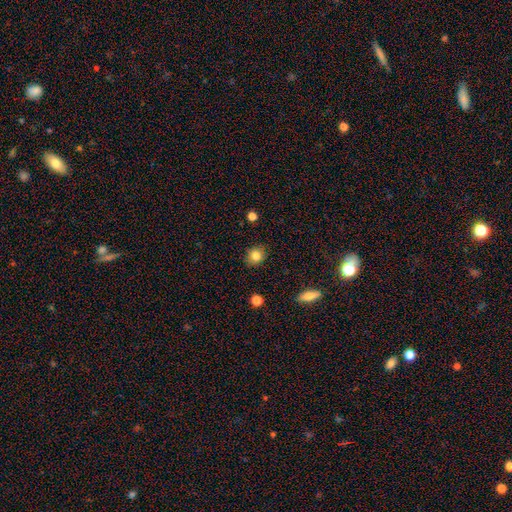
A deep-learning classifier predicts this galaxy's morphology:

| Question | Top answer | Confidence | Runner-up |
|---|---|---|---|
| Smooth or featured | smooth | 83% | star or artifact (10%) |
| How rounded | round | 75% | in between (24%) |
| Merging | none | 88% | minor disturbance (9%) |